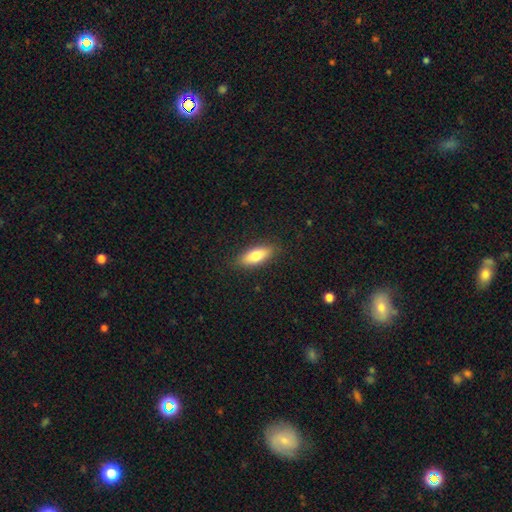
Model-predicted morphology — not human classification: This appears to be a smooth galaxy with no disk features (77%) that is in between round and cigar-shaped (66%). Merging: none (88%).